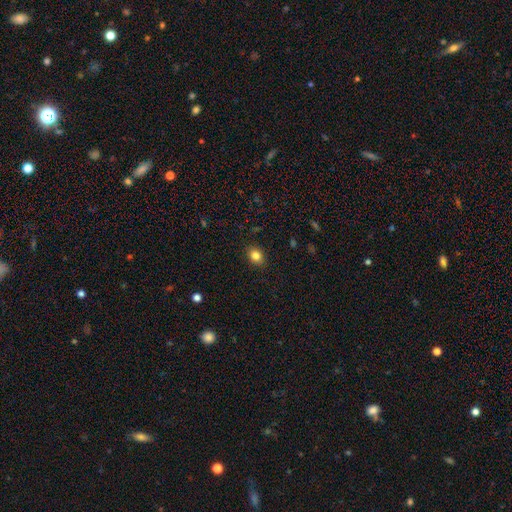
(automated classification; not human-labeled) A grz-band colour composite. It shows a smooth galaxy with no disk features (83%) that is in between round and cigar-shaped (59%). Merging: none (89%).